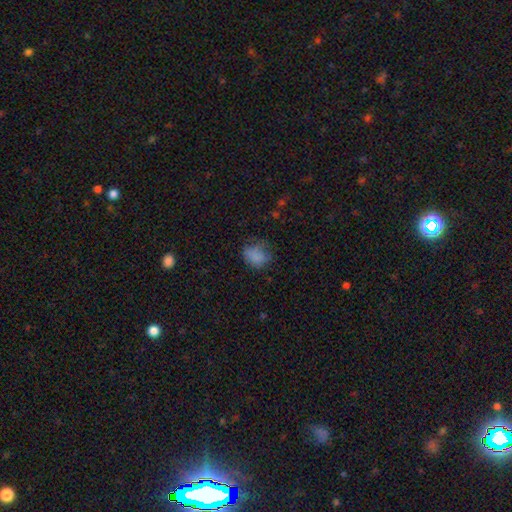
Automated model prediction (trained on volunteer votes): This appears to be a smooth galaxy with no disk features (77%) that is round (50%). Merging: none (55%).